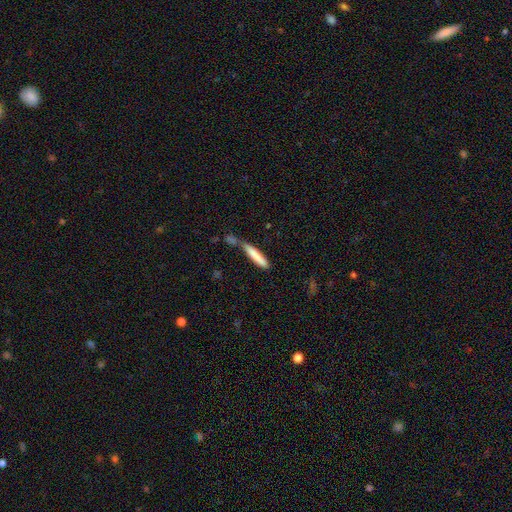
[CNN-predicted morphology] smooth-or-featured: smooth: 78% | featured or disk: 16% | star or artifact: 6%
  how-rounded: cigar-shaped: 91% | in between: 8% | round: 1%
  merging: none: 49% | merger: 27% | minor disturbance: 17% | major disturbance: 6%